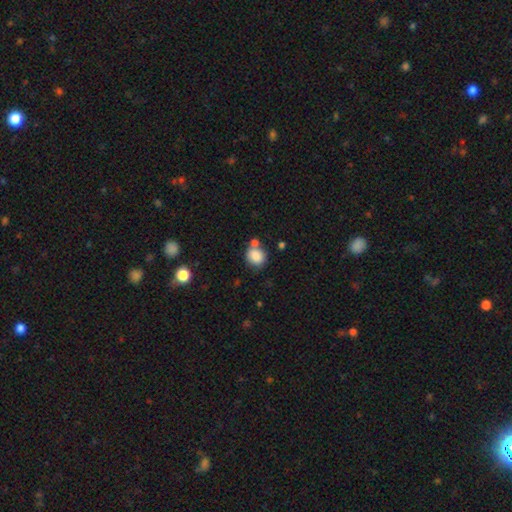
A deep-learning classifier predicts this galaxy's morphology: smooth_or_featured: smooth (p=0.85) [alt: star or artifact p=0.09]
how_rounded: round (p=0.79) [alt: in between p=0.20]
merging: none (p=0.60) [alt: merger p=0.22]